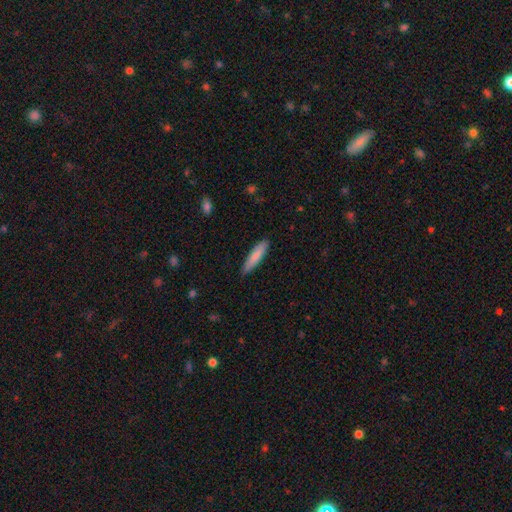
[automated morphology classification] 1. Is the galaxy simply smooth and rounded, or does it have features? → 83% smooth, 12% featured or disk, 6% star or artifact.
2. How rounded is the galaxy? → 85% cigar-shaped, 14% in between, 1% round.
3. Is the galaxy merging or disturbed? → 85% none, 12% minor disturbance, 2% major disturbance, 1% merger.